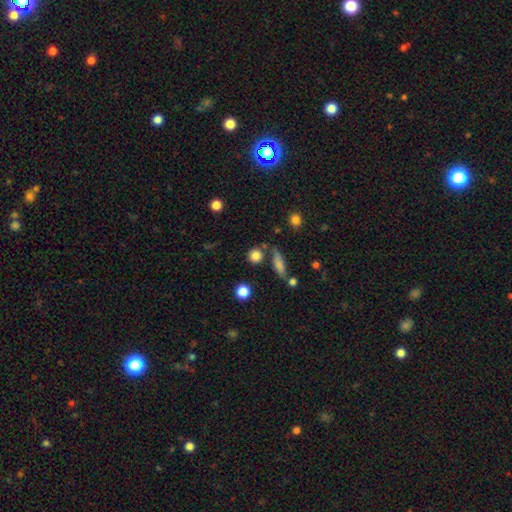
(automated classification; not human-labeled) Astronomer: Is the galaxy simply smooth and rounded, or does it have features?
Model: smooth — 82%.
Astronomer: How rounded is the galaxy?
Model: round — 84%.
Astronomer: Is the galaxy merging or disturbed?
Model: none — 75%.